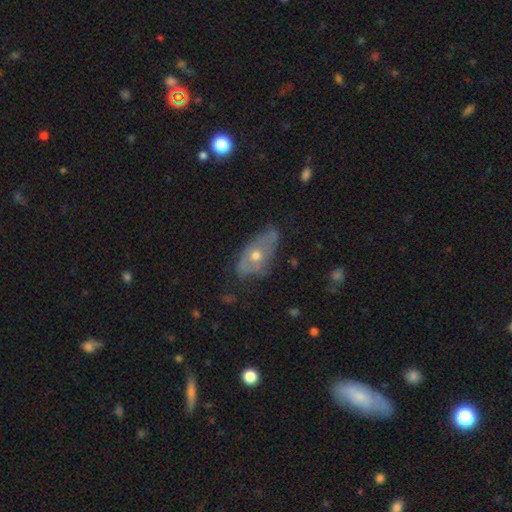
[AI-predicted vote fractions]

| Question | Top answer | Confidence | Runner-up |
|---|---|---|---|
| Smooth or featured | featured or disk | 54% | smooth (38%) |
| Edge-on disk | no | 84% | yes (16%) |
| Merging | none | 50% | minor disturbance (35%) |